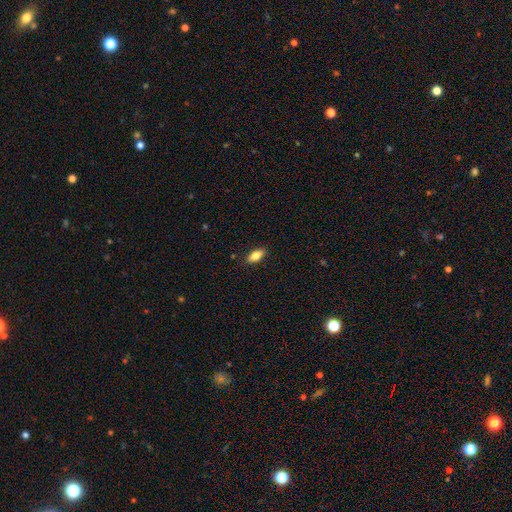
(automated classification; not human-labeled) Morphology: type=smooth (79%); roundness=in between (84%); merging=none (88%).